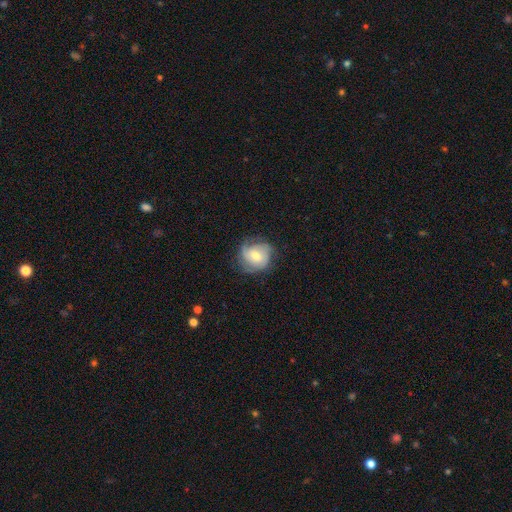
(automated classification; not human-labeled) Smooth or featured: featured or disk — 60% (smooth — 32%)
Edge-on disk: no — 97% (yes — 3%)
Bar: no — 59% (weak — 33%)
Spiral arms: yes — 87% (no — 13%)
Spiral winding: tight — 48% (medium — 37%)
Spiral arm count: 3 — 30% (can't tell — 28%)
Bulge size: moderate — 63% (small — 30%)
Merging: none — 67% (minor disturbance — 23%)